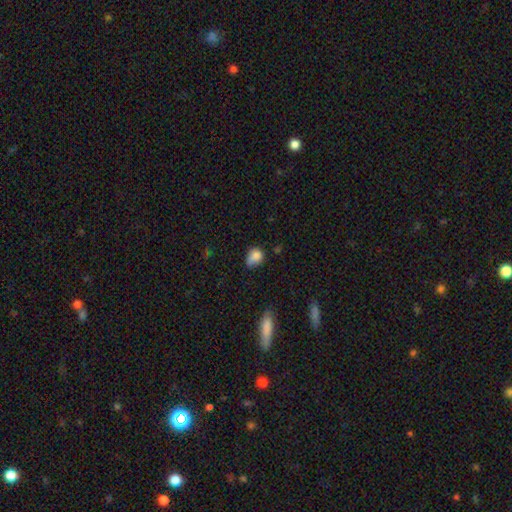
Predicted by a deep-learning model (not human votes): smooth_or_featured: smooth (p=0.79) [alt: star or artifact p=0.10]
how_rounded: in between (p=0.53) [alt: round p=0.46]
merging: minor disturbance (p=0.40) [tied with: none p=0.40]